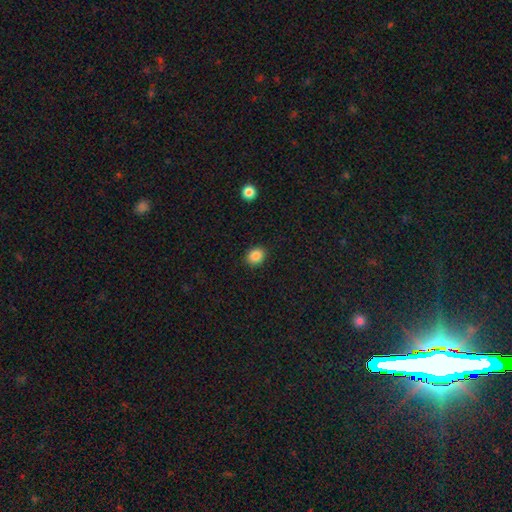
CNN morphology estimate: Smooth or featured: smooth — 87% (star or artifact — 10%)
How rounded: round — 62% (in between — 37%)
Merging: none — 90% (minor disturbance — 7%)